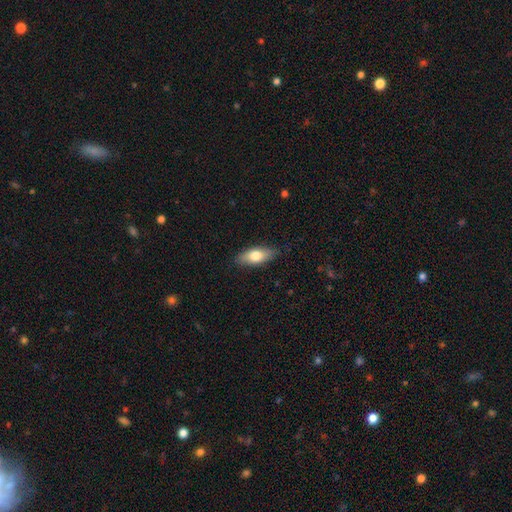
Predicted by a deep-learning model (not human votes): This is likely a smooth galaxy (73%). How rounded: likely in between (77%). Merging: clearly none (84%).